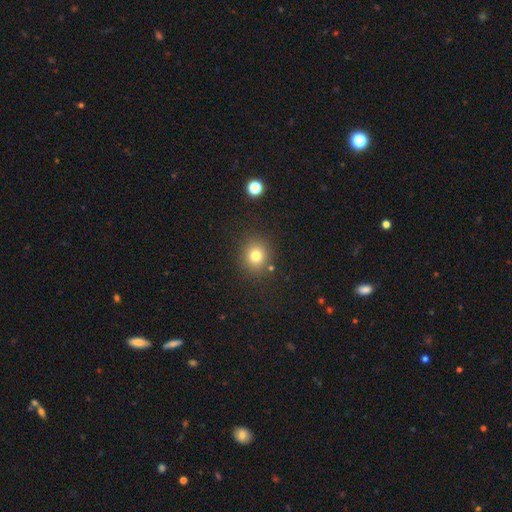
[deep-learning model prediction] Smooth or featured? Predicted: smooth (p=0.78). How rounded? Predicted: round (p=0.86). Merging? Predicted: none (p=0.87).